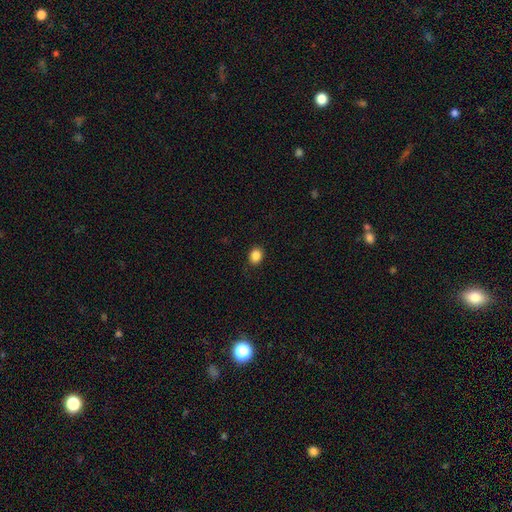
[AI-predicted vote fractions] This is clearly a smooth galaxy (86%). How rounded: possibly round (53%). Merging: clearly none (88%).